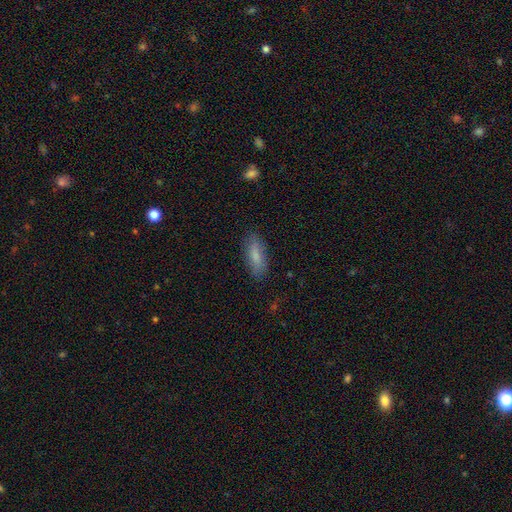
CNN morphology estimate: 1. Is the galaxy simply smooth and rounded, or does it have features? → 78% smooth, 15% featured or disk, 7% star or artifact.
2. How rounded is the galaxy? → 63% in between, 35% cigar-shaped, 2% round.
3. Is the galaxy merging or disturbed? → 82% none, 14% minor disturbance, 3% major disturbance, 1% merger.